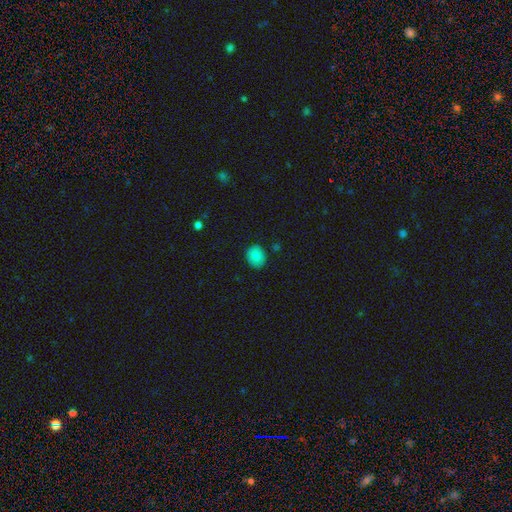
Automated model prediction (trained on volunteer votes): Smooth or featured: smooth — 84% (star or artifact — 9%)
How rounded: round — 60% (in between — 39%)
Merging: none — 87% (minor disturbance — 10%)